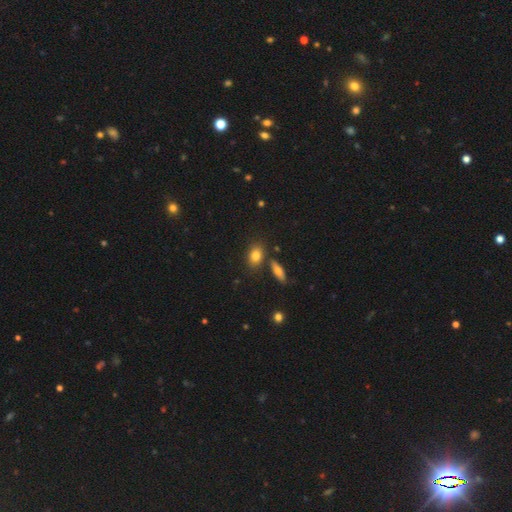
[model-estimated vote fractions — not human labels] Q: Smooth or featured?
A: smooth (81%); runner-up: featured or disk (10%)
Q: How rounded?
A: in between (74%); runner-up: round (22%)
Q: Merging?
A: none (74%); runner-up: minor disturbance (12%)